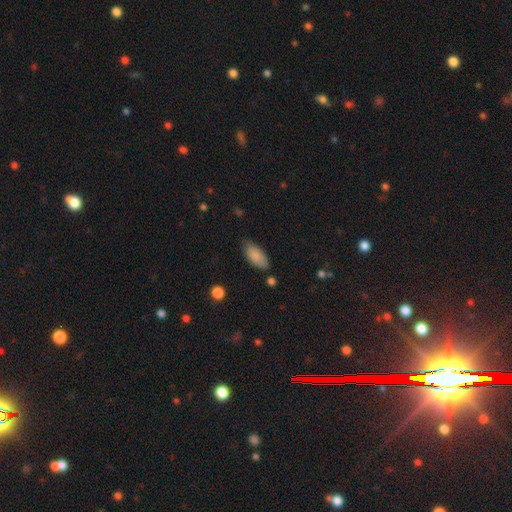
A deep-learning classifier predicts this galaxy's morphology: smooth-or-featured: smooth: 87% | featured or disk: 7% | star or artifact: 7%
  how-rounded: in between: 89% | cigar-shaped: 9% | round: 2%
  merging: none: 71% | minor disturbance: 23% | major disturbance: 4% | merger: 2%